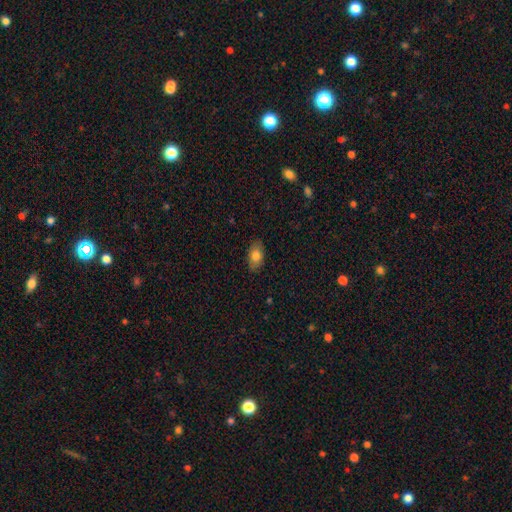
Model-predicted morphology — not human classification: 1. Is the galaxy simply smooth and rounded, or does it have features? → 79% smooth, 13% featured or disk, 8% star or artifact.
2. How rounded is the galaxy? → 90% in between, 7% round, 3% cigar-shaped.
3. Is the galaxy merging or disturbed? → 86% none, 11% minor disturbance, 2% major disturbance, 1% merger.